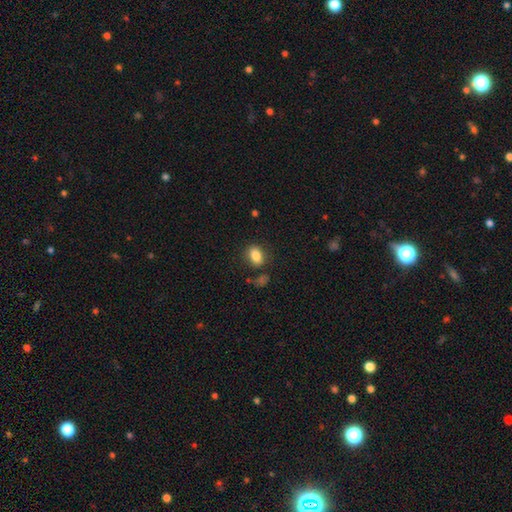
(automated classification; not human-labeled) Overall: smooth (83%). How rounded: in between (78%). Merging: none (79%).